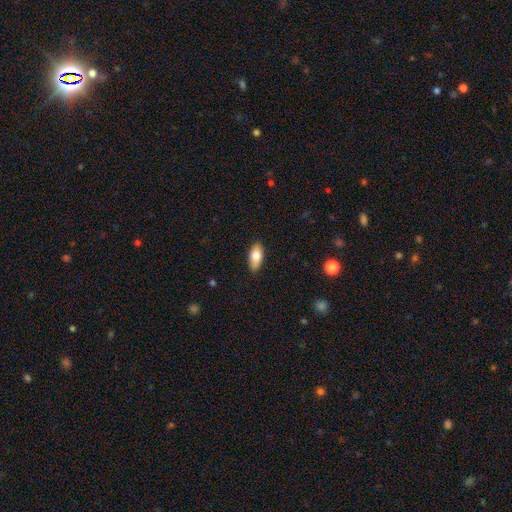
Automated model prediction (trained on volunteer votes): Q: Smooth or featured?
A: smooth (79%); runner-up: featured or disk (15%)
Q: How rounded?
A: in between (89%); runner-up: cigar-shaped (8%)
Q: Merging?
A: none (86%); runner-up: minor disturbance (11%)